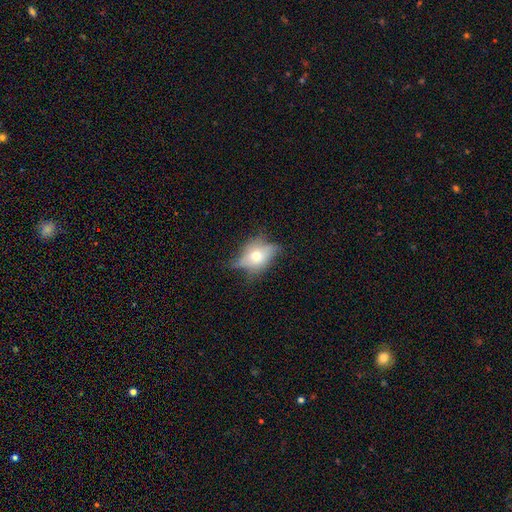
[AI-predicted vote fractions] Overall: featured or disk (53%; smooth 36%). Edge-on disk: yes (62%; no 38%). Merging: none (54%; minor disturbance 28%).